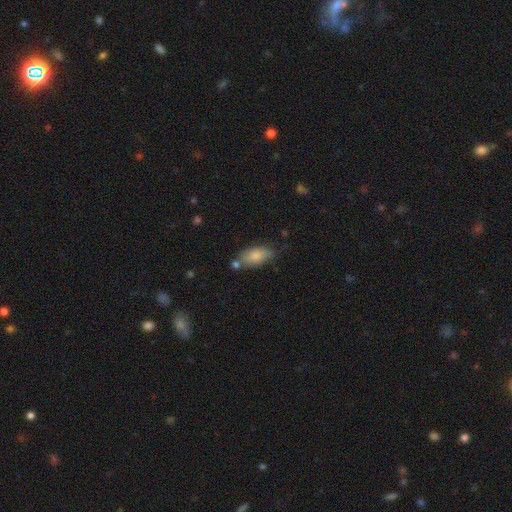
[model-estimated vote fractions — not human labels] Smooth or featured? Predicted: smooth (p=0.81). How rounded? Predicted: in between (p=0.88). Merging? Predicted: none (p=0.62).